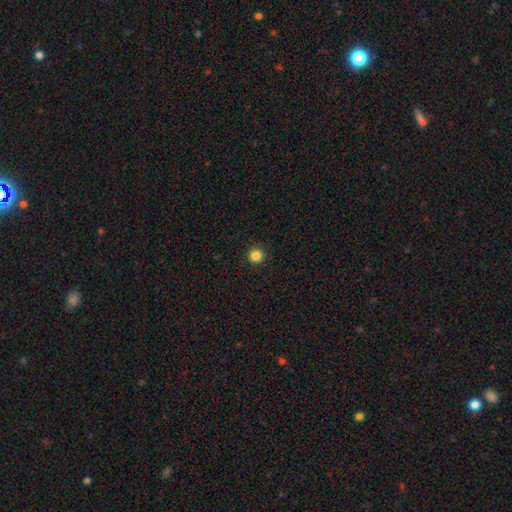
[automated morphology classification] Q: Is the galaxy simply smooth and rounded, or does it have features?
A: smooth — 84%.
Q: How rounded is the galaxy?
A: round — 96%.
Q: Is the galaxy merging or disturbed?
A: none — 93%.